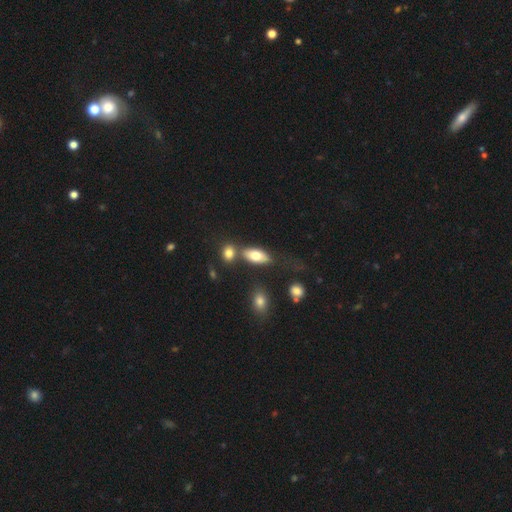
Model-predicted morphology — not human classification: A smooth galaxy with no disk features (73%) that is in between round and cigar-shaped (84%). Merging: none (59%).